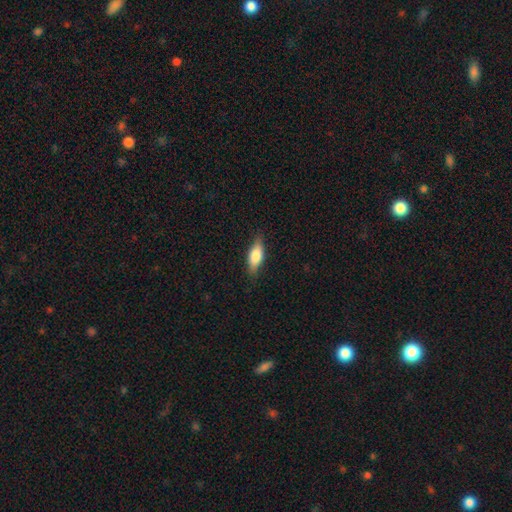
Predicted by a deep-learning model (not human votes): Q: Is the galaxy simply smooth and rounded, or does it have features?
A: smooth — 72%.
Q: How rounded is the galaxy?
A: in between — 74%.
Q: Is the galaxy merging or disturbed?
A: none — 82%.